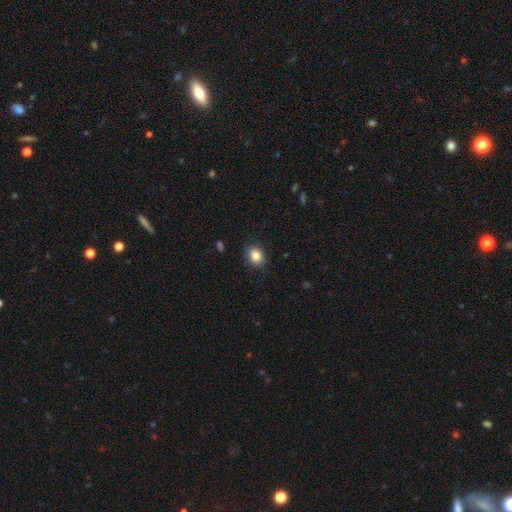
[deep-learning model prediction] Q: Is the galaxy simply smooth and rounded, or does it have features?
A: smooth — 85%.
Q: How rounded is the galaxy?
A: in between — 52%.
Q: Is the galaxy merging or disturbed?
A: none — 86%.